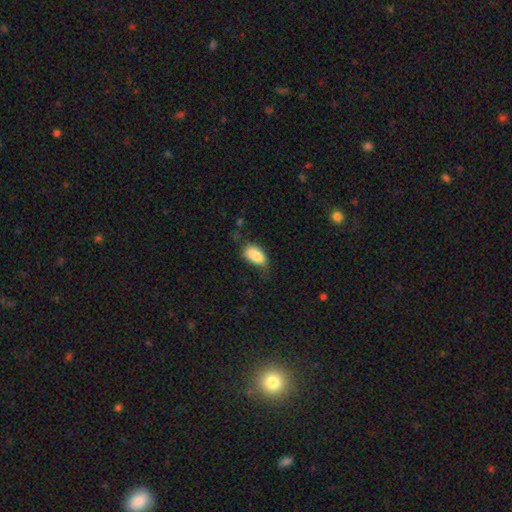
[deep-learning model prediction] Smooth or featured? smooth (79%)
How rounded? in between (90%)
Merging? none (41%)